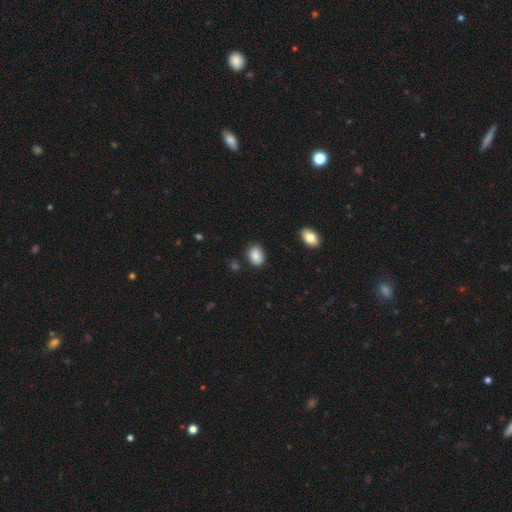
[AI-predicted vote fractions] This appears to be a smooth galaxy with no disk features (87%) that is in between round and cigar-shaped (68%). Merging: none (80%).